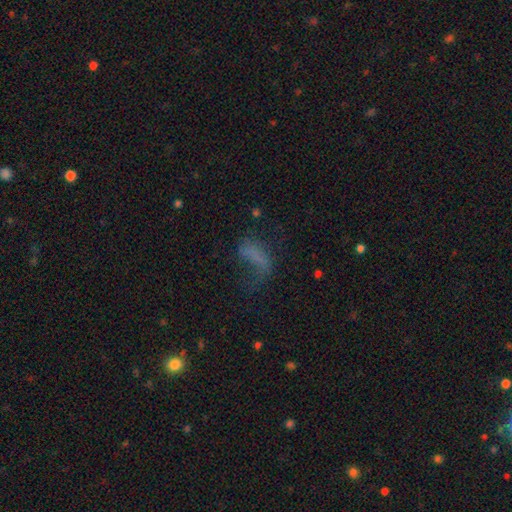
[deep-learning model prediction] Q: Smooth or featured?
A: smooth (52%); runner-up: featured or disk (30%)
Q: How rounded?
A: in between (70%); runner-up: cigar-shaped (21%)
Q: Merging?
A: major disturbance (46%); runner-up: none (31%)